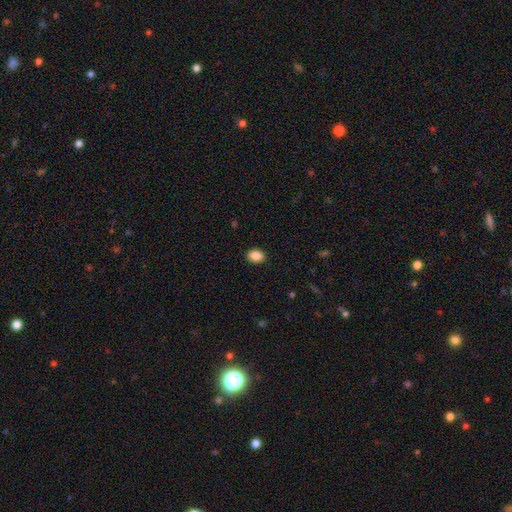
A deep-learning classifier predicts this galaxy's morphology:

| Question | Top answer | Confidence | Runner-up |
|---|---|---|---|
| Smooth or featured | smooth | 88% | star or artifact (8%) |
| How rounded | in between | 68% | round (31%) |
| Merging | none | 90% | minor disturbance (7%) |